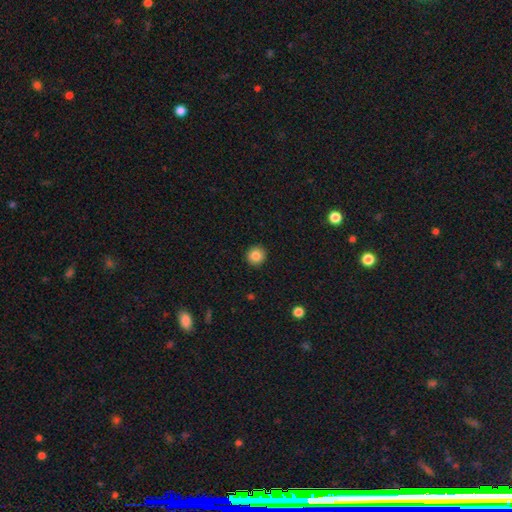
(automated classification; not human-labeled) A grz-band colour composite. It shows a smooth galaxy with no disk features (85%) that is round (93%). Merging: none (92%).